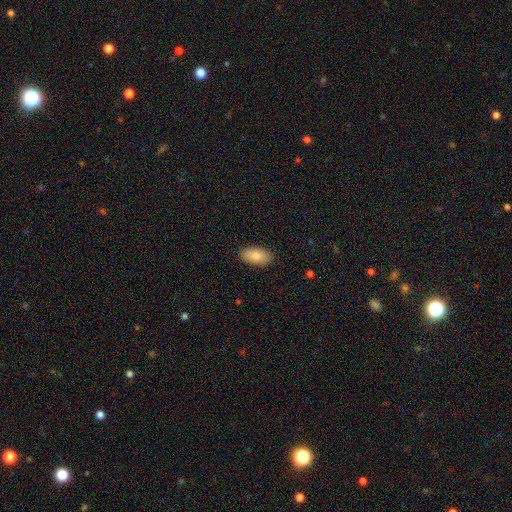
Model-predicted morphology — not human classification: smooth-or-featured: smooth: 85% | featured or disk: 8% | star or artifact: 6%
  how-rounded: in between: 93% | cigar-shaped: 5% | round: 3%
  merging: none: 88% | minor disturbance: 9% | major disturbance: 2% | merger: 1%